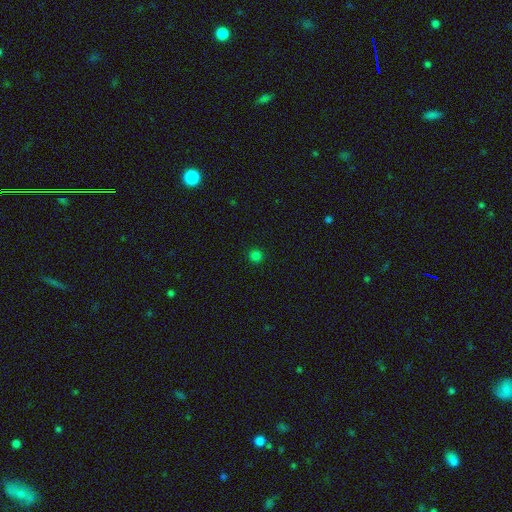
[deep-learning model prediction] Smooth or featured?
  - smooth: 80% *
  - star or artifact: 17%
  - featured or disk: 3%
How rounded?
  - round: 95% *
  - in between: 4%
  - cigar-shaped: 1%
Merging?
  - none: 92% *
  - minor disturbance: 5%
  - major disturbance: 2%
  - merger: 1%